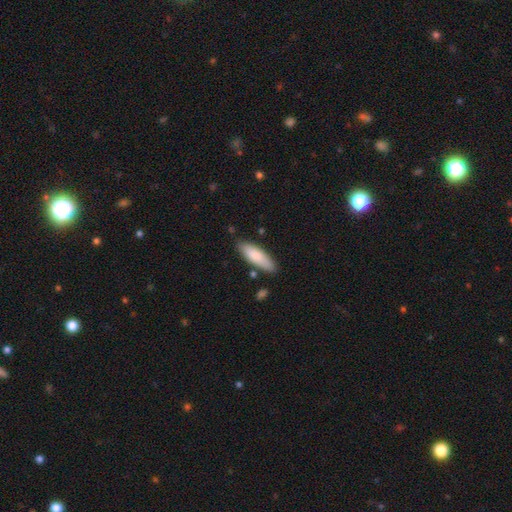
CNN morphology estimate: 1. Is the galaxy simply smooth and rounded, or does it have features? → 83% smooth, 12% featured or disk, 5% star or artifact.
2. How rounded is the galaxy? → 53% in between, 45% cigar-shaped, 2% round.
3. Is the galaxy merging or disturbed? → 82% none, 13% minor disturbance, 3% merger, 2% major disturbance.